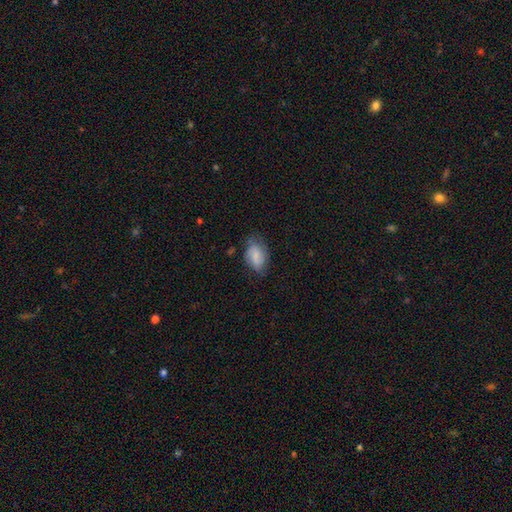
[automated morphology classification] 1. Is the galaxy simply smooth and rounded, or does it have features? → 69% smooth, 23% featured or disk, 8% star or artifact.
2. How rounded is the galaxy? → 86% in between, 12% round, 2% cigar-shaped.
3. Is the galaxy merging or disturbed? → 56% none, 32% minor disturbance, 11% major disturbance, 2% merger.